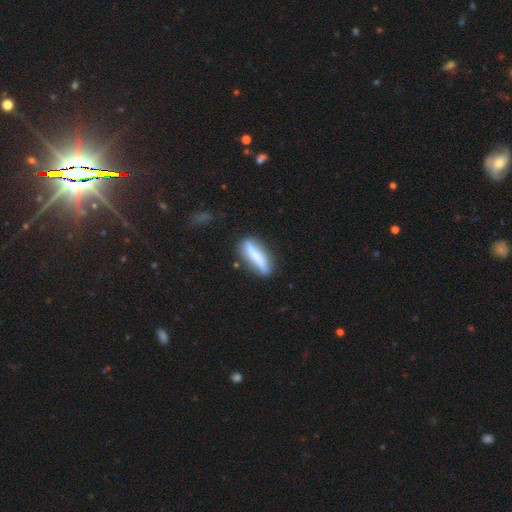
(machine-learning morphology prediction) smooth 53%, featured or disk 40%, star or artifact 7%. Down the decision tree: how rounded — cigar-shaped (71%); merging — none (75%).